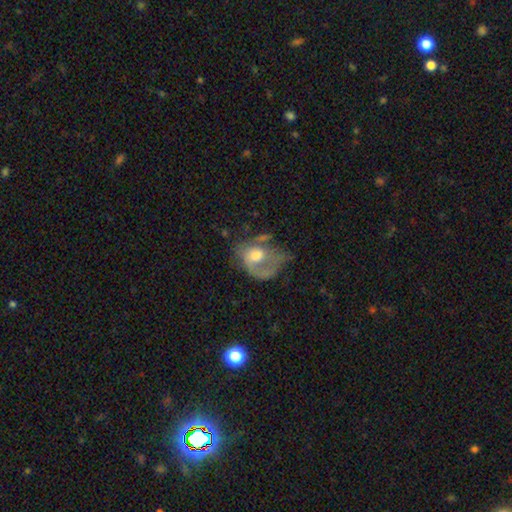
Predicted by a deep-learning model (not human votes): The model was most divided on "smooth or featured": featured or disk: 51%, smooth: 42%, star or artifact: 8%. Remaining: edge-on disk — no (96%); merging — major disturbance (49%).